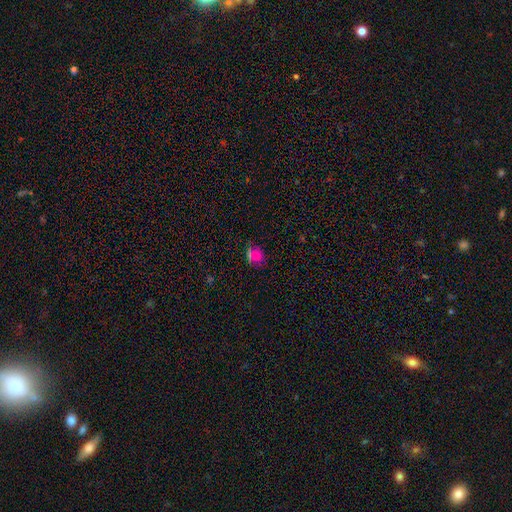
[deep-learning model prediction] Smooth or featured?
  - smooth: 65% *
  - star or artifact: 26%
  - featured or disk: 10%
How rounded?
  - round: 70% *
  - in between: 28%
  - cigar-shaped: 2%
Merging?
  - none: 68% *
  - minor disturbance: 18%
  - merger: 8%
  - major disturbance: 6%